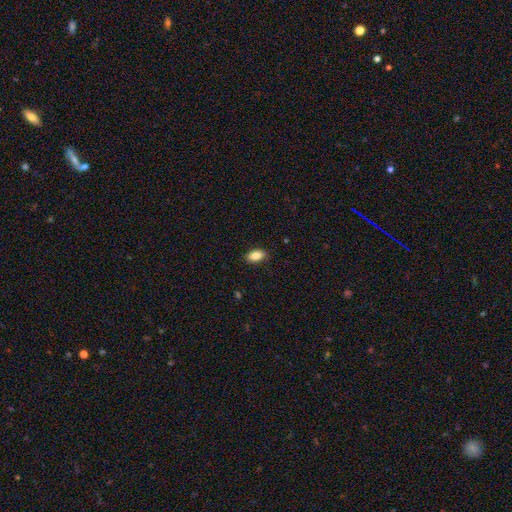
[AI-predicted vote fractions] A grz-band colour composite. It shows a smooth galaxy with no disk features (87%) that is in between round and cigar-shaped (91%). Merging: none (86%).